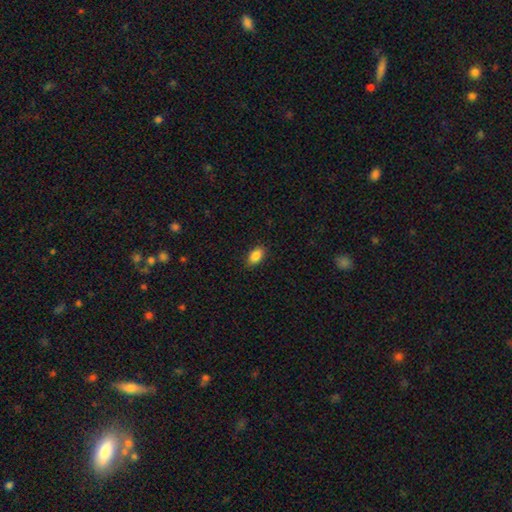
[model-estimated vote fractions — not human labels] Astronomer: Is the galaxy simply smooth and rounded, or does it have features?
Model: smooth — 88%.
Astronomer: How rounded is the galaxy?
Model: in between — 90%.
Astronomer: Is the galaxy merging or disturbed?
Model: none — 88%.